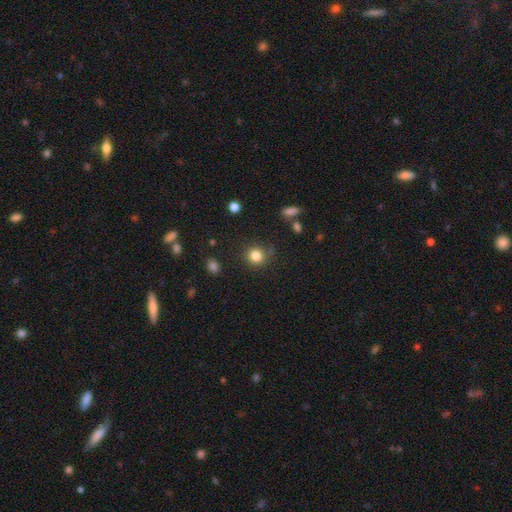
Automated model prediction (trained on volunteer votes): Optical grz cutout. It shows a smooth galaxy with no disk features (83%) that is round (88%). Merging: none (80%).